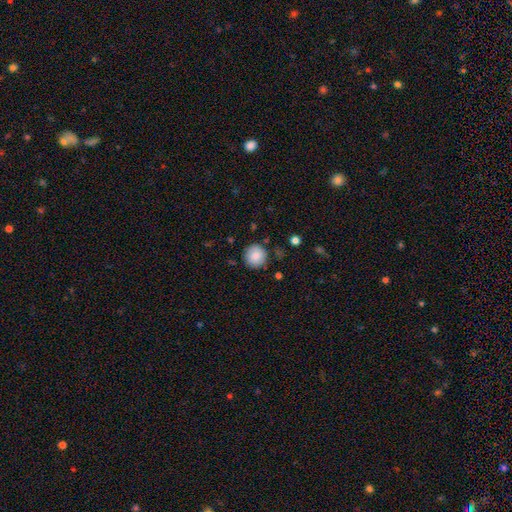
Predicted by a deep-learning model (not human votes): Smooth or featured? smooth (87%)
How rounded? round (94%)
Merging? none (87%)